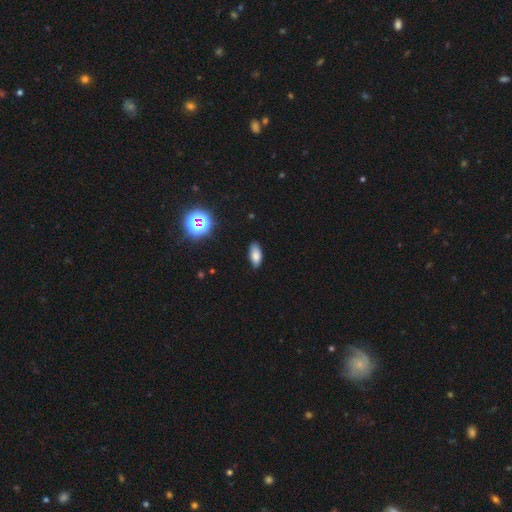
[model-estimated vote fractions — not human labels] Smooth or featured: smooth — 79% (star or artifact — 12%)
How rounded: in between — 88% (cigar-shaped — 8%)
Merging: none — 83% (minor disturbance — 13%)